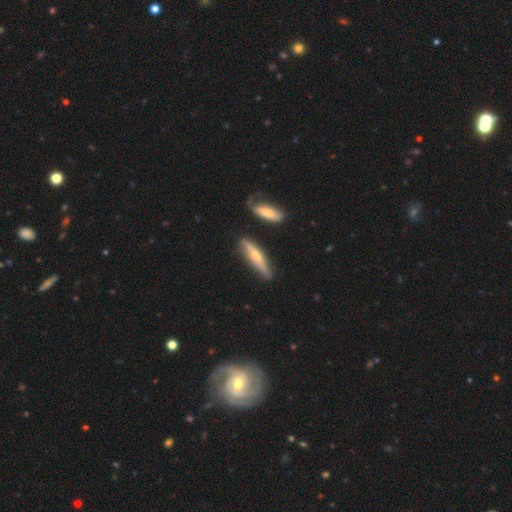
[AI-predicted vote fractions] Morphology: type=featured or disk (52%); edge-on=yes (91%); merging=none (79%).